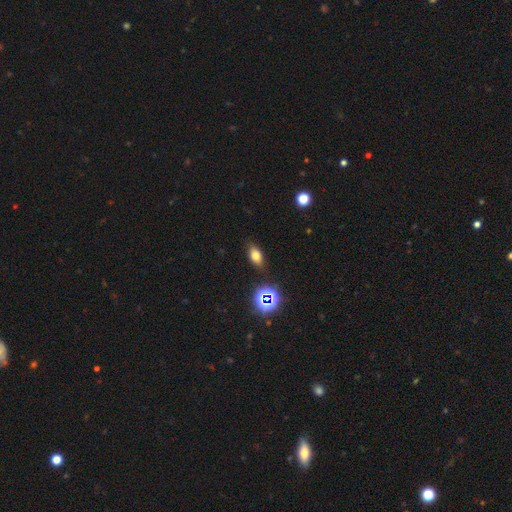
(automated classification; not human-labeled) This appears to be a smooth galaxy with no disk features (71%) that is in between round and cigar-shaped (84%). Merging: none (84%).